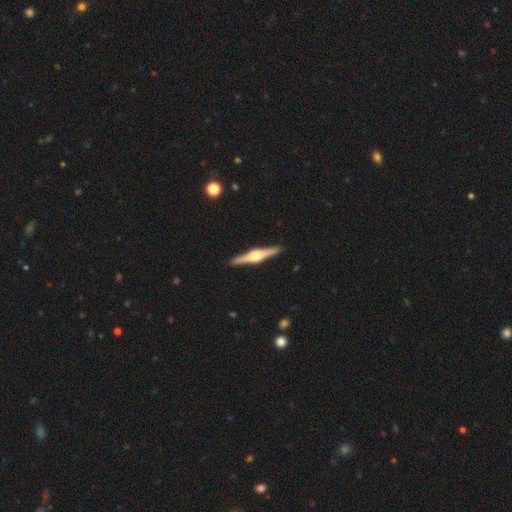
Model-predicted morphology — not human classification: A featured or disk galaxy (82%) viewed edge-on (98%) with a rounded central bulge (91%). Merging: none (92%).